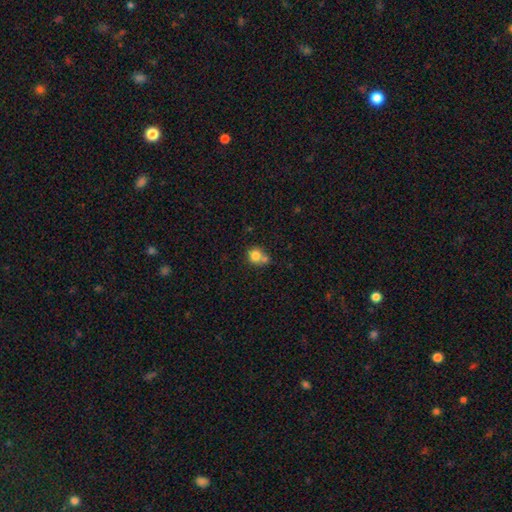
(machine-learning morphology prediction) This is likely a smooth galaxy (79%). How rounded: clearly round (84%). Merging: marginally none (43%).